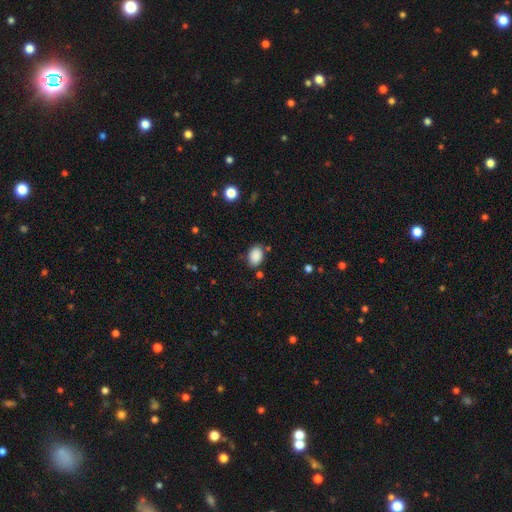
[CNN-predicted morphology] This is clearly a smooth galaxy (88%). How rounded: clearly in between (84%). Merging: likely none (80%).